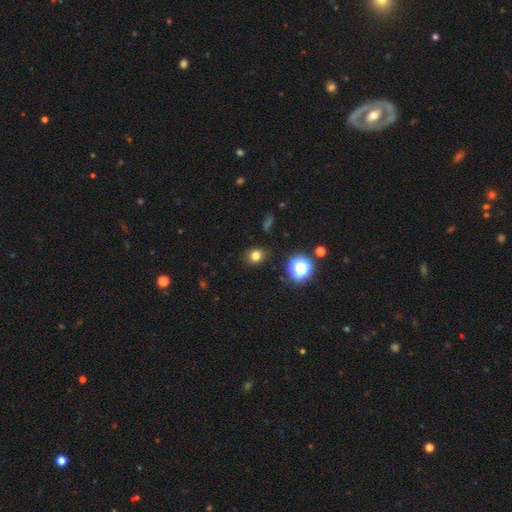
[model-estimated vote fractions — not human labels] This appears to be a smooth galaxy with no disk features (77%) that is round (68%). Merging: none (87%).